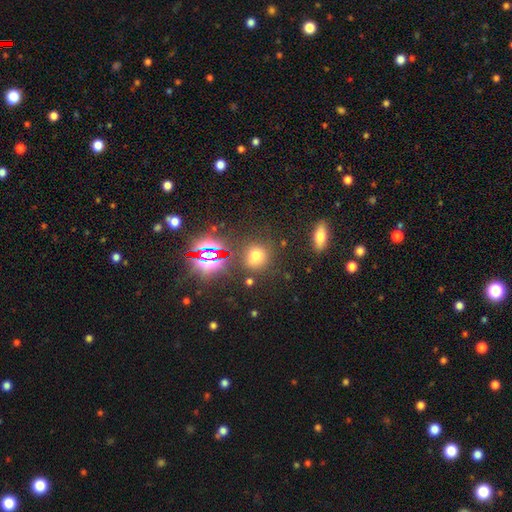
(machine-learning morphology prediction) A smooth galaxy with no disk features (62%) that is round (73%).

Vote fractions:
- Smooth or featured? smooth: 62% / star or artifact: 30% / featured or disk: 8%
- How rounded? round: 73% / in between: 25% / cigar-shaped: 2%
- Merging? none: 79% / minor disturbance: 11% / merger: 5% / major disturbance: 5%